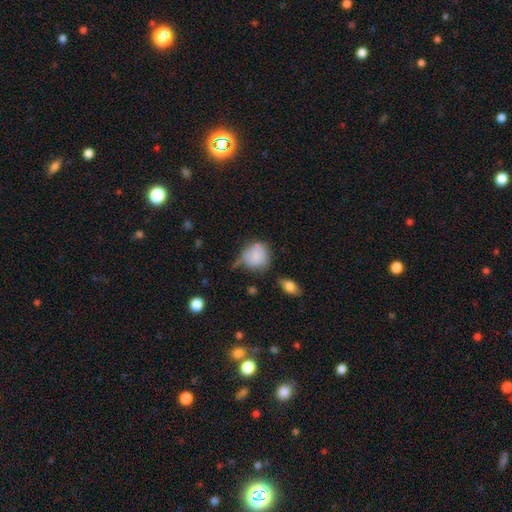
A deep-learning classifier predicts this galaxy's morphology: The model was most divided on "merging": none: 42%, minor disturbance: 35%, major disturbance: 15%, merger: 8%. More confident: how rounded — round (75%); smooth or featured — smooth (74%).